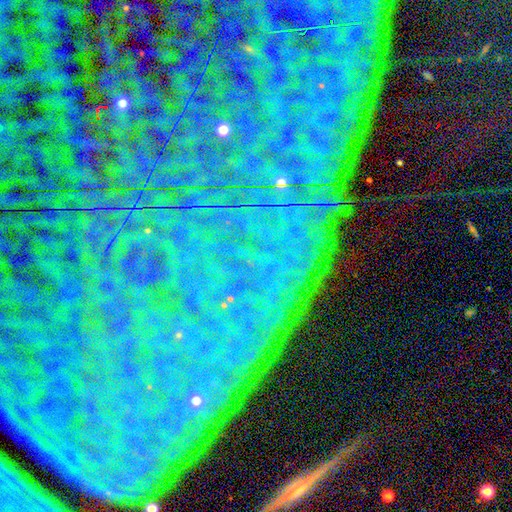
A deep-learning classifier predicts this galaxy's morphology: type=star or artifact (83%).